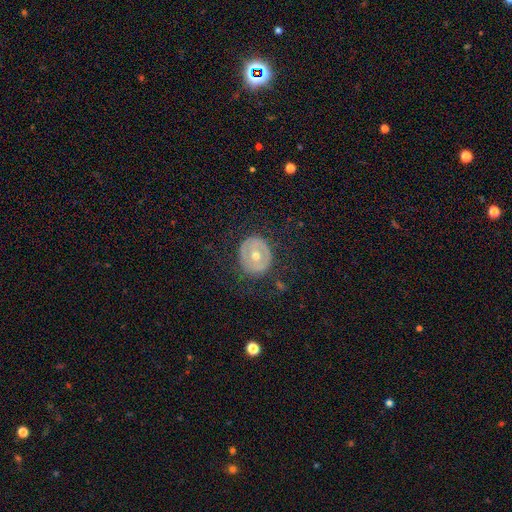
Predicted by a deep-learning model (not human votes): featured or disk 55%, smooth 38%, star or artifact 7%. Down the decision tree: edge-on disk — no (95%); bar — no (74%); spiral arms — no (84%); bulge size — moderate (70%); merging — none (78%).